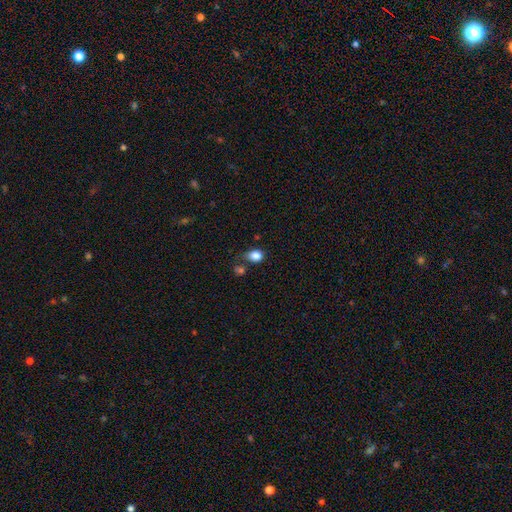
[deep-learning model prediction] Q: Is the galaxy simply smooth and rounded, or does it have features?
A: smooth — 85%.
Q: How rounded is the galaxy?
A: in between — 61%.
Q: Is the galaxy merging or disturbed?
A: none — 62%.